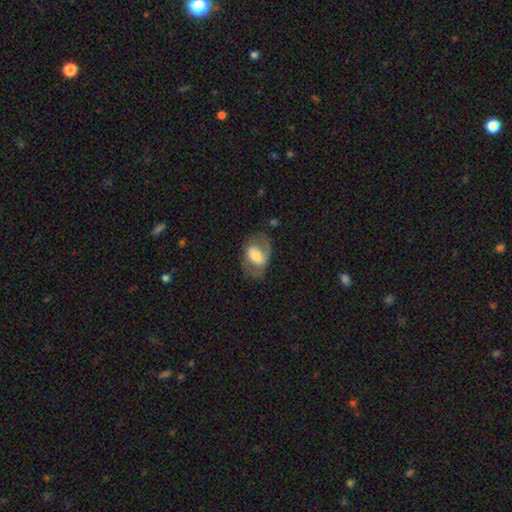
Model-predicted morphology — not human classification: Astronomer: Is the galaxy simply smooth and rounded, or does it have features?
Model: featured or disk — 53% (runner-up: smooth, 40%).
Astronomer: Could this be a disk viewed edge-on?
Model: no — 95%.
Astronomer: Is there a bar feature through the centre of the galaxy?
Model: weak — 40% (runner-up: no, 30%).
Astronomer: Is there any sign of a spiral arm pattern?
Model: yes — 66%.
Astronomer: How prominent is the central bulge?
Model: moderate — 45% (runner-up: large, 25%).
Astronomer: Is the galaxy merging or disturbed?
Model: none — 53%.